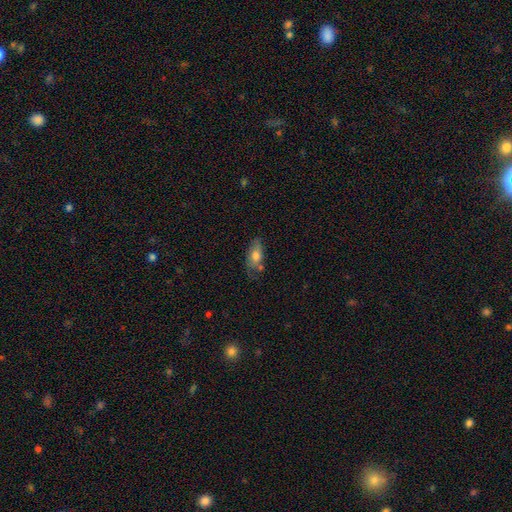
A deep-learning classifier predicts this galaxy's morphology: smooth_or_featured: smooth (p=0.65) [alt: featured or disk p=0.27]
how_rounded: in between (p=0.84) [alt: cigar-shaped p=0.10]
merging: none (p=0.54) [alt: minor disturbance p=0.28]